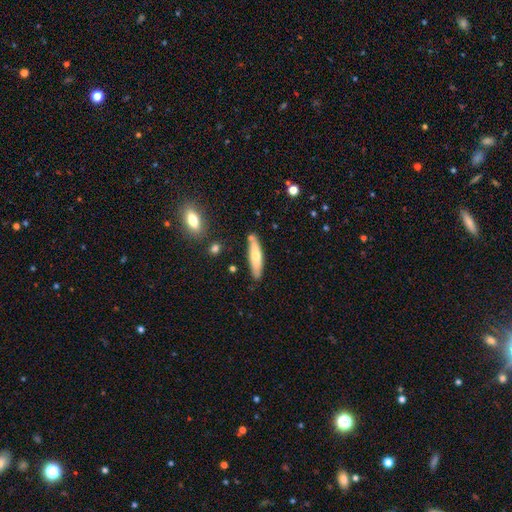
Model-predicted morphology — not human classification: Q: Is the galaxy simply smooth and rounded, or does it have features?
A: smooth — 62%.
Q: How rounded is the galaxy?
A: cigar-shaped — 78%.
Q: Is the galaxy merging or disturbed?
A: none — 79%.